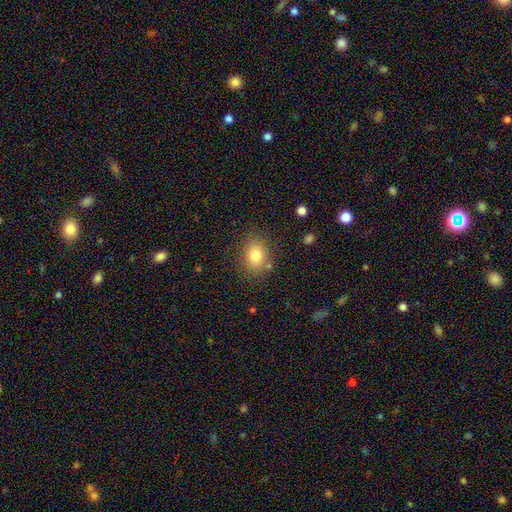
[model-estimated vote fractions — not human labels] Smooth or featured: smooth — 80% (star or artifact — 11%)
How rounded: in between — 60% (round — 39%)
Merging: none — 79% (minor disturbance — 13%)